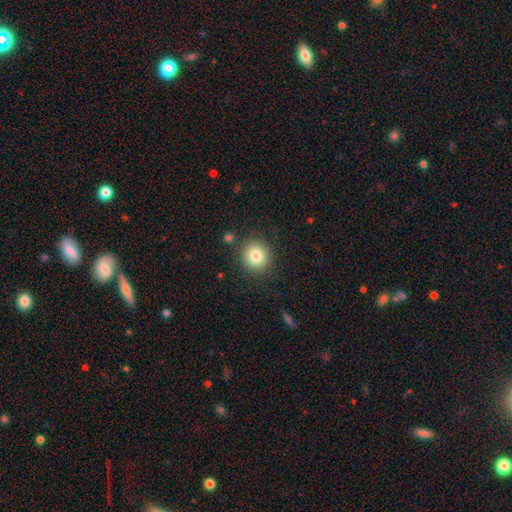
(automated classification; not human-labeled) smooth 82%, star or artifact 11%, featured or disk 7%. Down the decision tree: how rounded — round (90%); merging — none (87%).